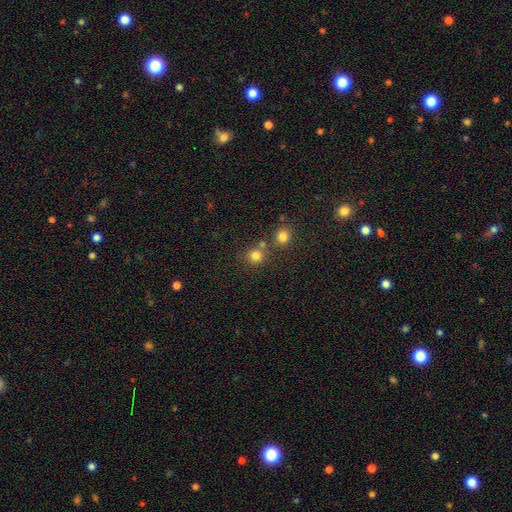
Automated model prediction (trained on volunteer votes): Smooth or featured: smooth — 80% (star or artifact — 14%)
How rounded: round — 89% (in between — 10%)
Merging: none — 69% (merger — 21%)